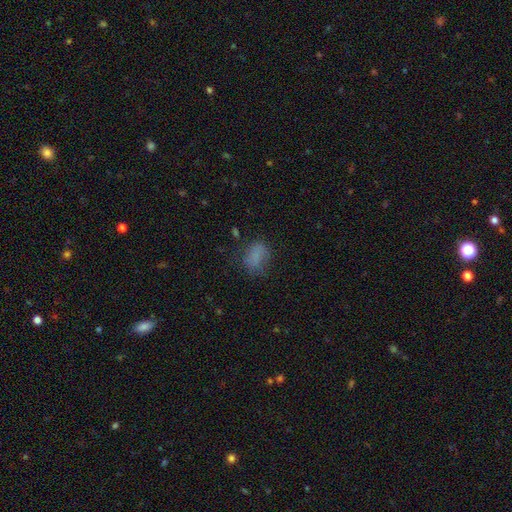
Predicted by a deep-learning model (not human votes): A smooth galaxy with no disk features (73%) that is in between round and cigar-shaped (75%).

Vote fractions:
- Smooth or featured? smooth: 73% / star or artifact: 14% / featured or disk: 12%
- How rounded? in between: 75% / round: 22% / cigar-shaped: 2%
- Merging? none: 60% / minor disturbance: 24% / major disturbance: 14% / merger: 3%